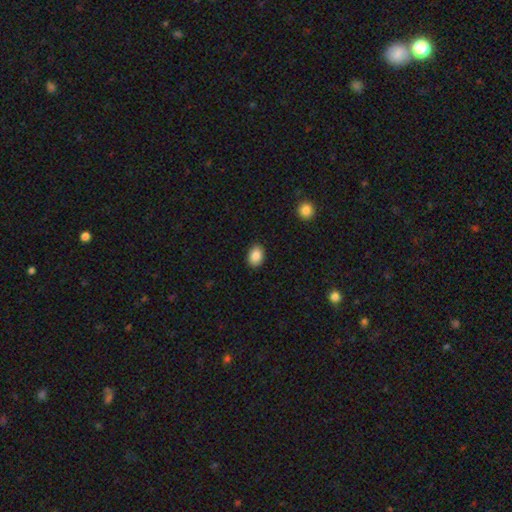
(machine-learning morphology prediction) Q: Smooth or featured?
A: smooth (88%); runner-up: star or artifact (8%)
Q: How rounded?
A: in between (75%); runner-up: round (24%)
Q: Merging?
A: none (89%); runner-up: minor disturbance (8%)